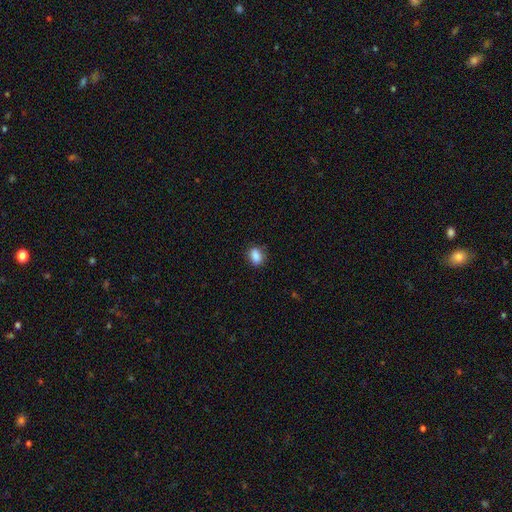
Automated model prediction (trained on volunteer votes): A smooth galaxy with no disk features (86%) that is in between round and cigar-shaped (74%).

Vote fractions:
- Smooth or featured? smooth: 86% / star or artifact: 9% / featured or disk: 5%
- How rounded? in between: 74% / round: 24% / cigar-shaped: 2%
- Merging? none: 81% / minor disturbance: 14% / major disturbance: 3% / merger: 2%